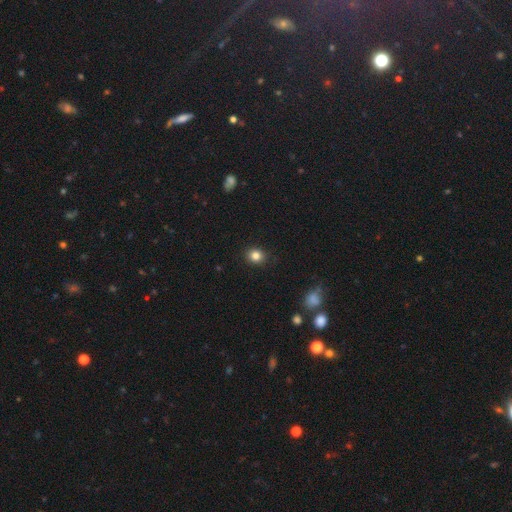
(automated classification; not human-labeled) smooth_or_featured: smooth (p=0.83) [alt: star or artifact p=0.11]
how_rounded: round (p=0.76) [alt: in between p=0.23]
merging: none (p=0.90) [alt: minor disturbance p=0.07]